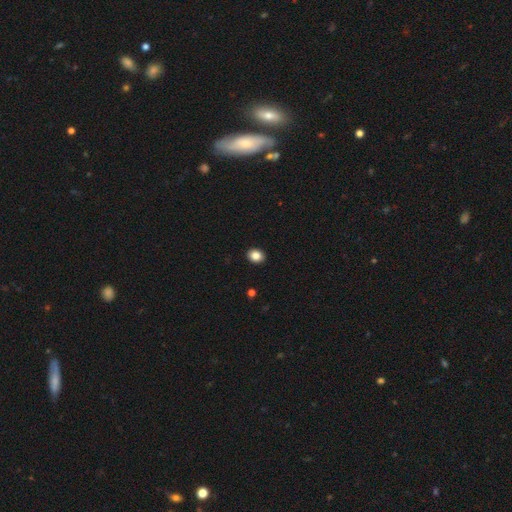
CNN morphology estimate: Smooth or featured?
  - smooth: 86% *
  - star or artifact: 9%
  - featured or disk: 5%
How rounded?
  - round: 51% *
  - in between: 48%
  - cigar-shaped: 1%
Merging?
  - none: 92% *
  - minor disturbance: 6%
  - major disturbance: 2%
  - merger: 1%